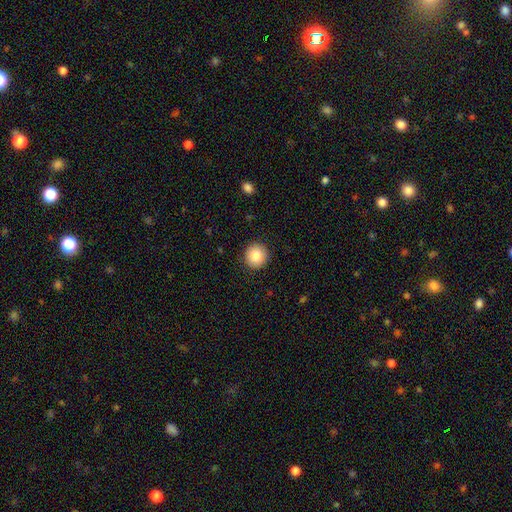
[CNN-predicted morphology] smooth 85%, star or artifact 9%, featured or disk 6%. Down the decision tree: how rounded — round (94%); merging — none (92%).